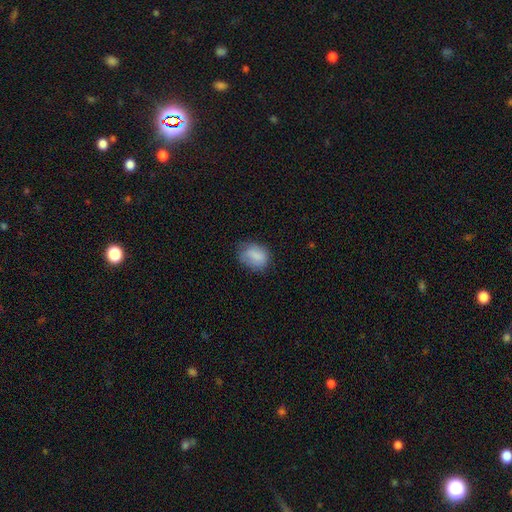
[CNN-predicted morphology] Smooth or featured? smooth (83%)
How rounded? in between (66%)
Merging? none (61%)